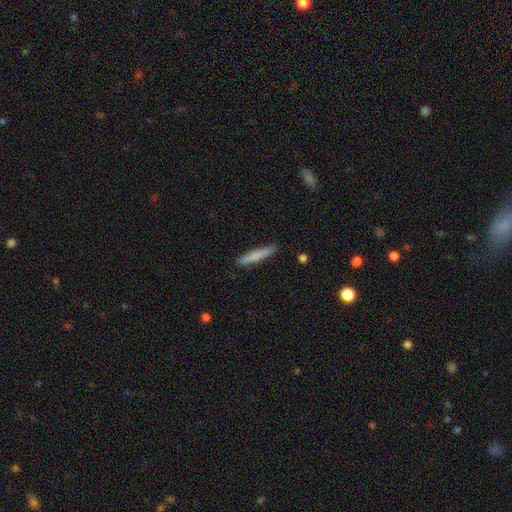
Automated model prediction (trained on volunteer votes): The model was most divided on "smooth or featured": smooth: 78%, featured or disk: 17%, star or artifact: 5%. More confident: how rounded — cigar-shaped (94%); merging — none (88%).